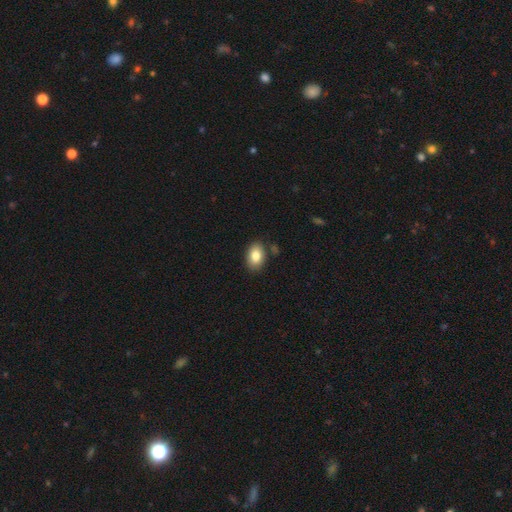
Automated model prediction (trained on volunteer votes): Morphology: type=smooth (83%); roundness=in between (87%); merging=none (83%).